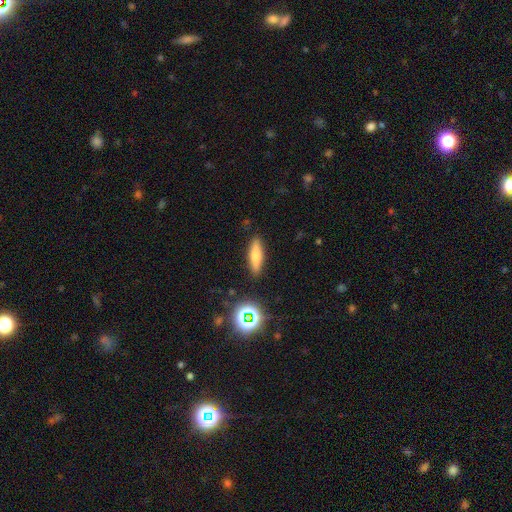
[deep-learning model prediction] smooth_or_featured: smooth (p=0.67) [alt: featured or disk p=0.23]
how_rounded: cigar-shaped (p=0.64) [alt: in between p=0.33]
merging: none (p=0.87) [alt: minor disturbance p=0.09]